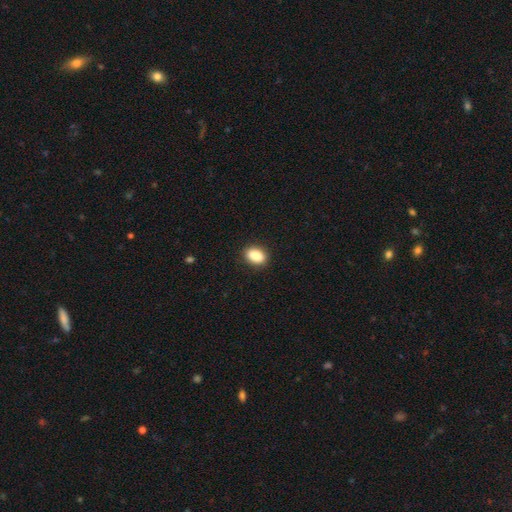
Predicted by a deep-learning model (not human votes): A smooth galaxy with no disk features (89%) that is in between round and cigar-shaped (83%). Merging: none (89%).